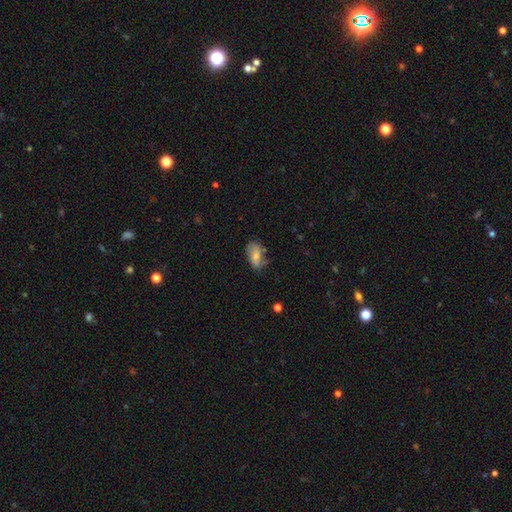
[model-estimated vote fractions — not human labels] smooth-or-featured: smooth: 63% | featured or disk: 29% | star or artifact: 8%
  how-rounded: in between: 89% | round: 6% | cigar-shaped: 5%
  merging: none: 52% | minor disturbance: 33% | major disturbance: 12% | merger: 4%